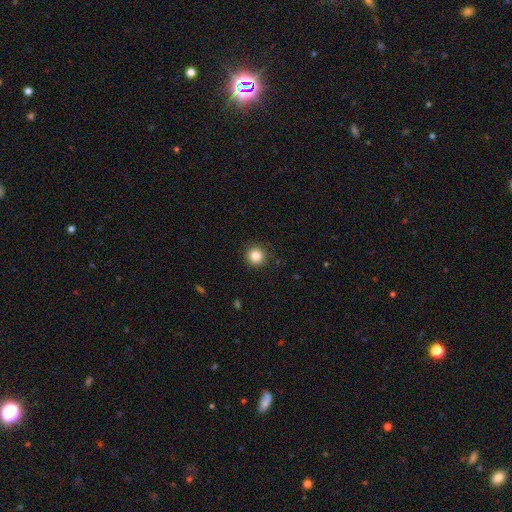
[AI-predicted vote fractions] The model was most divided on "smooth or featured": smooth: 85%, star or artifact: 10%, featured or disk: 5%. More confident: how rounded — round (95%); merging — none (91%).